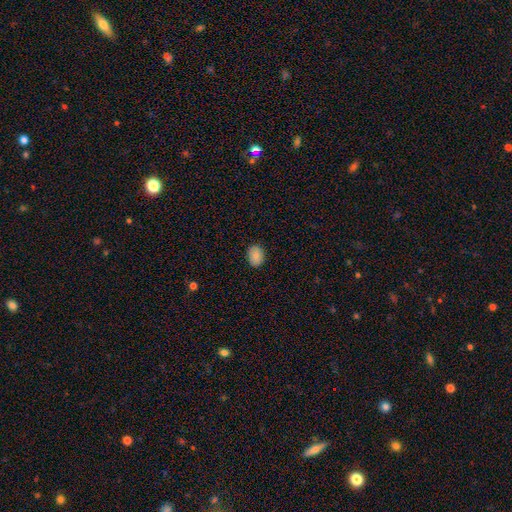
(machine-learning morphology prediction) Smooth or featured? smooth (88%)
How rounded? in between (74%)
Merging? none (87%)